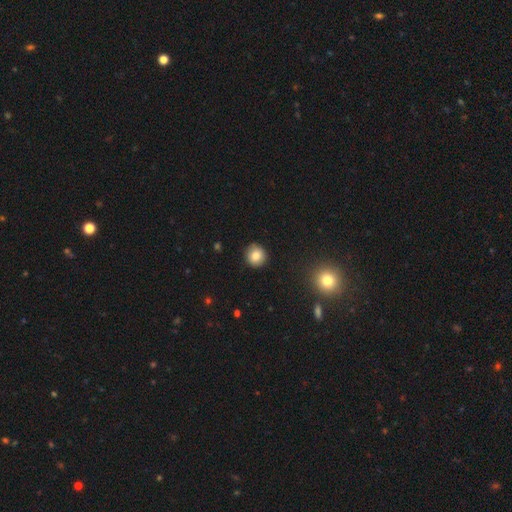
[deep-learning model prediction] Smooth or featured?
  - smooth: 82% *
  - star or artifact: 10%
  - featured or disk: 8%
How rounded?
  - round: 91% *
  - in between: 8%
  - cigar-shaped: 1%
Merging?
  - none: 91% *
  - minor disturbance: 6%
  - major disturbance: 2%
  - merger: 1%